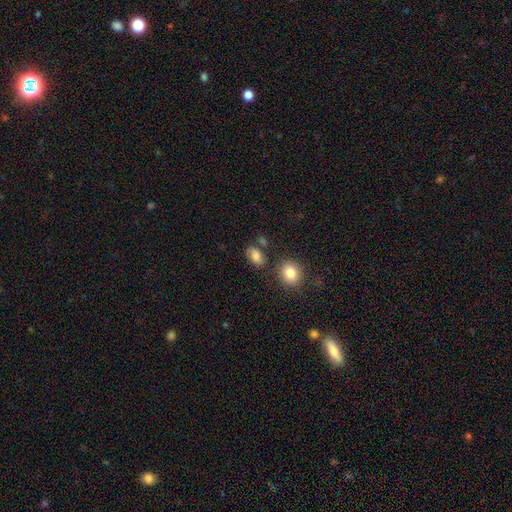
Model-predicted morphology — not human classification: This appears to be a smooth galaxy with no disk features (77%) that is in between round and cigar-shaped (81%). Merging: none (67%).